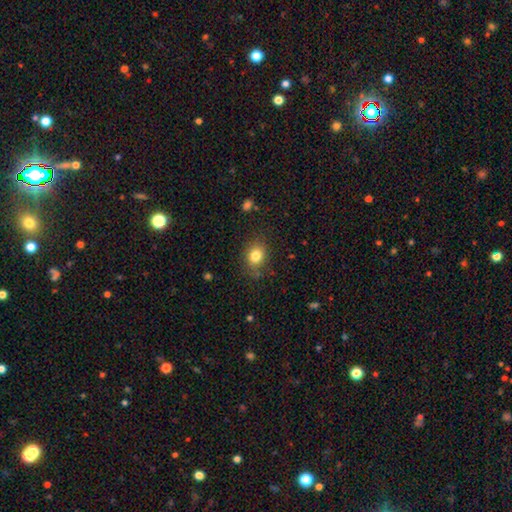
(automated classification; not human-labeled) Overall: smooth (81%). How rounded: round (56%; in between 43%). Merging: none (79%).